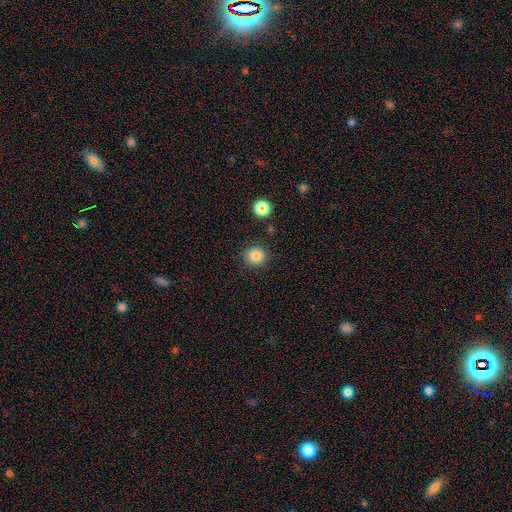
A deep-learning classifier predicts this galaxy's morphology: Smooth or featured? smooth (84%)
How rounded? round (89%)
Merging? none (87%)